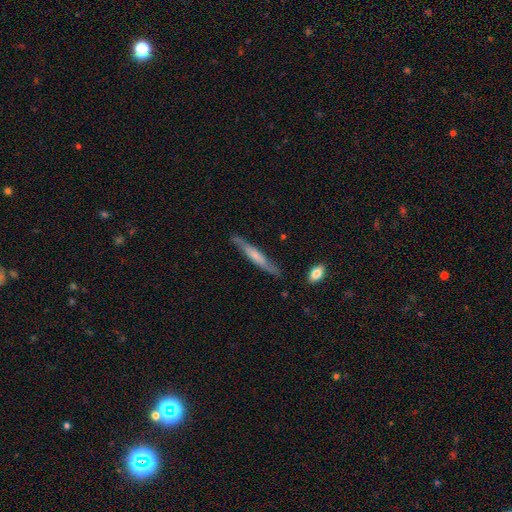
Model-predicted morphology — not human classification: featured or disk 49%, smooth 45%, star or artifact 6%. Down the decision tree: merging — none (80%).